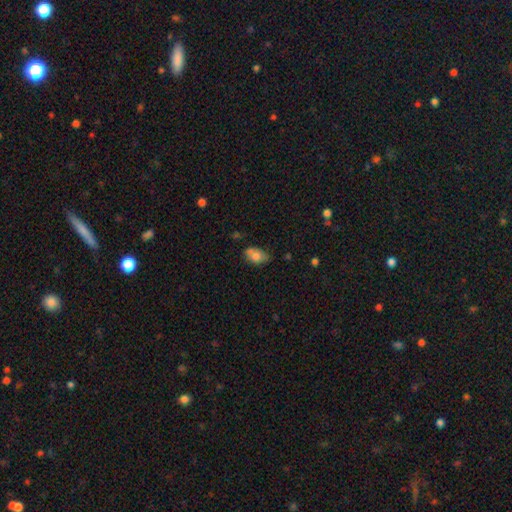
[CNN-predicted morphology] Smooth or featured? smooth (75%)
How rounded? in between (87%)
Merging? none (57%)